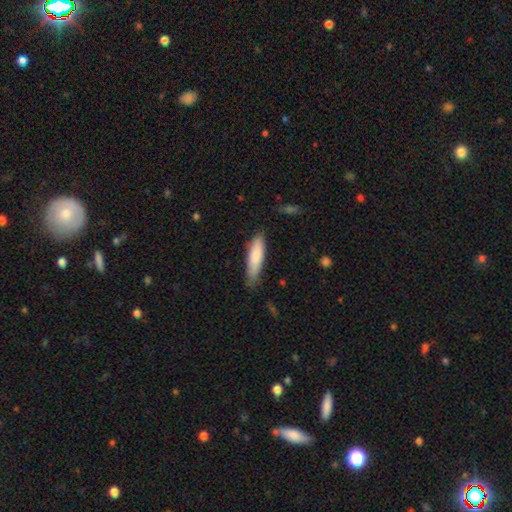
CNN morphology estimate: smooth-or-featured: smooth: 83% | featured or disk: 12% | star or artifact: 5%
  how-rounded: cigar-shaped: 66% | in between: 33% | round: 1%
  merging: none: 72% | minor disturbance: 23% | major disturbance: 4% | merger: 1%